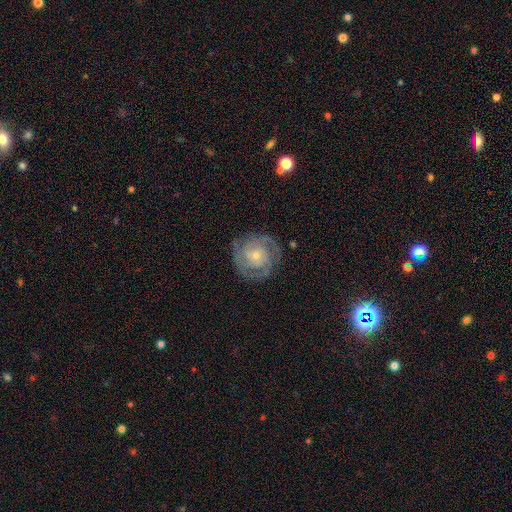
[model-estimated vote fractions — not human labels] This appears to be a featured or disk galaxy (82%) with no bar (71%), 3 (30%) tight (65%) spiral arms (95%) and a small central bulge (68%). Merging: none (80%).